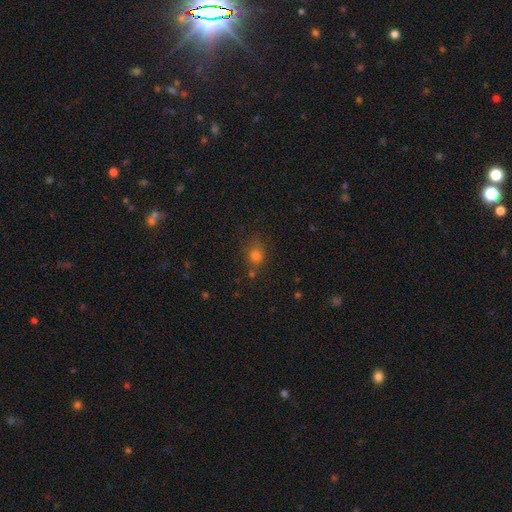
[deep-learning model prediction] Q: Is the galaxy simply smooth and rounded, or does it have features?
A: smooth — 74%.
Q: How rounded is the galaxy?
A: round — 76%.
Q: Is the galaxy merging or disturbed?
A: none — 68%.